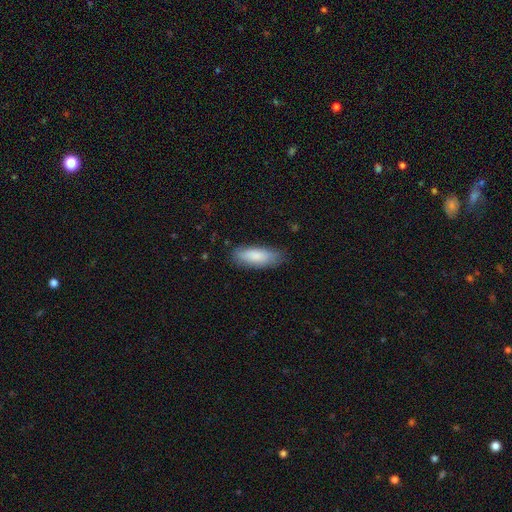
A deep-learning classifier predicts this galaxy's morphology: This is clearly a smooth galaxy (83%). How rounded: likely in between (63%). Merging: clearly none (80%).